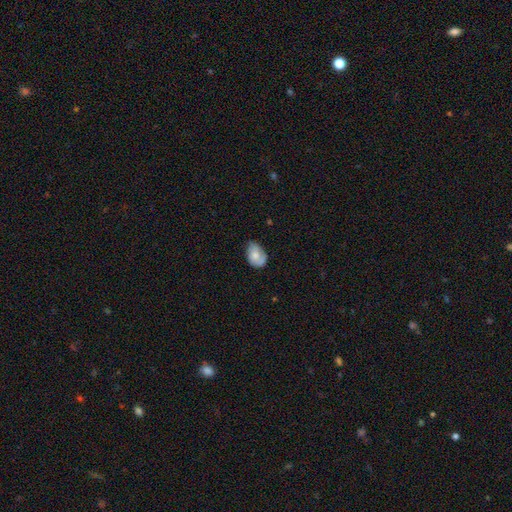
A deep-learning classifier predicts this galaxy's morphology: This is likely a smooth galaxy (62%). How rounded: clearly in between (81%). Merging: possibly none (45%).